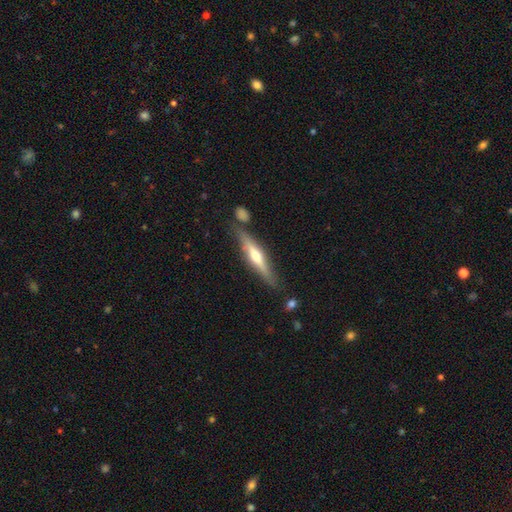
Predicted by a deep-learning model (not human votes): Morphology: type=featured or disk (62%); edge-on=yes (93%); edge-on bulge=rounded (85%); merging=none (76%).